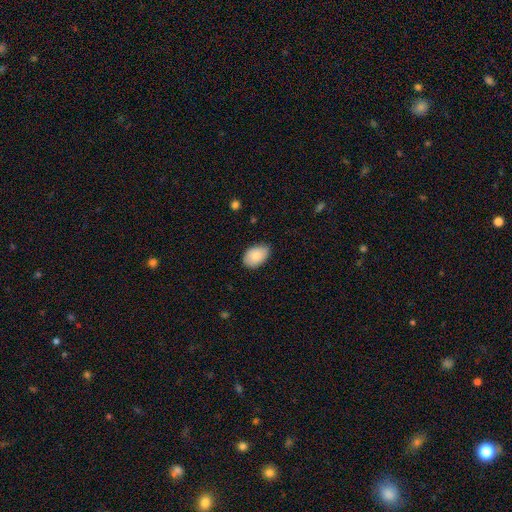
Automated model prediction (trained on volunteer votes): Smooth or featured? Predicted: smooth (p=0.87). How rounded? Predicted: in between (p=0.88). Merging? Predicted: none (p=0.75).